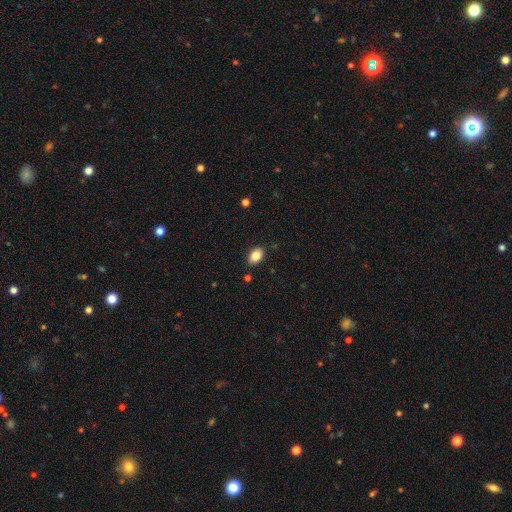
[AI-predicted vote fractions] Smooth or featured: smooth — 85% (star or artifact — 8%)
How rounded: in between — 85% (round — 13%)
Merging: none — 87% (minor disturbance — 10%)